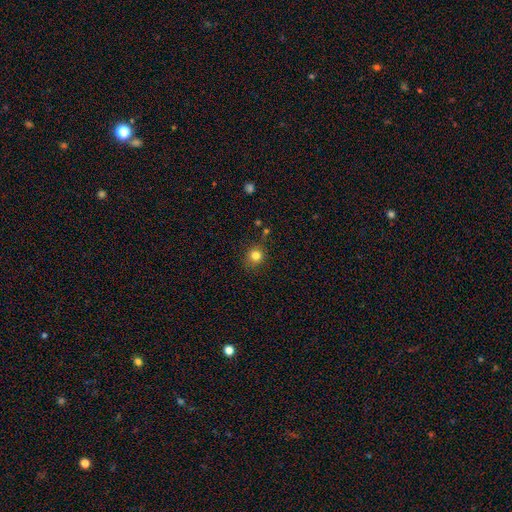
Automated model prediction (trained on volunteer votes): smooth_or_featured: smooth (p=0.81) [alt: star or artifact p=0.13]
how_rounded: round (p=0.87) [alt: in between p=0.12]
merging: none (p=0.81) [alt: minor disturbance p=0.13]